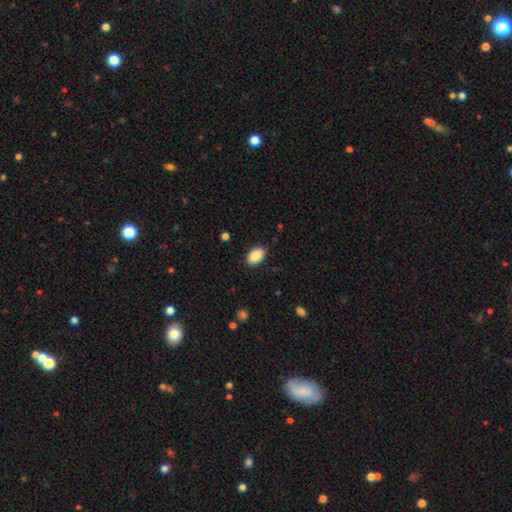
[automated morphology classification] Smooth or featured? smooth (89%)
How rounded? in between (88%)
Merging? none (88%)